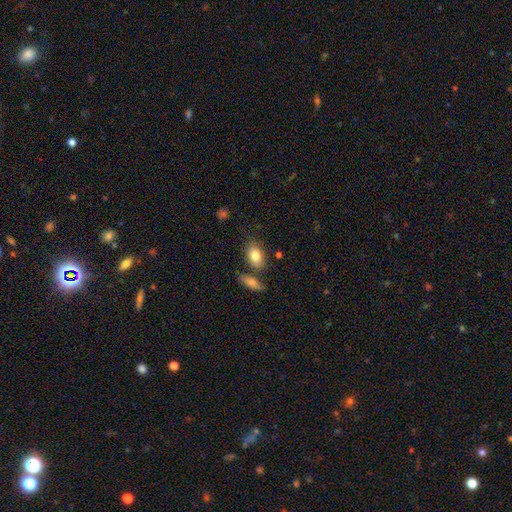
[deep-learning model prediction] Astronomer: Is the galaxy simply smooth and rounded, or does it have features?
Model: smooth — 81%.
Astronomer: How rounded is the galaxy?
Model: in between — 87%.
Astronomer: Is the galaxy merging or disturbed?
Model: none — 72%.